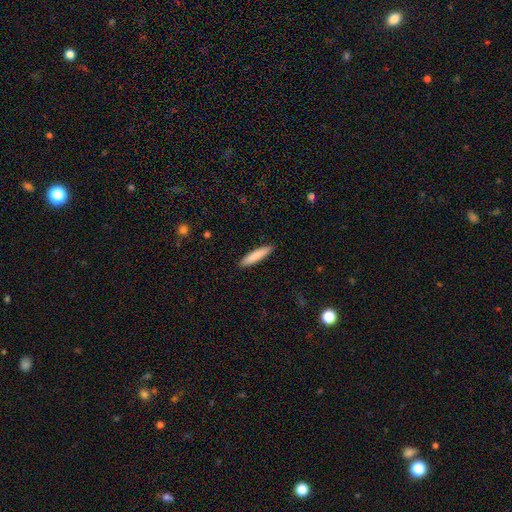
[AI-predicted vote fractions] Morphology: type=smooth (84%); roundness=cigar-shaped (87%); merging=none (91%).